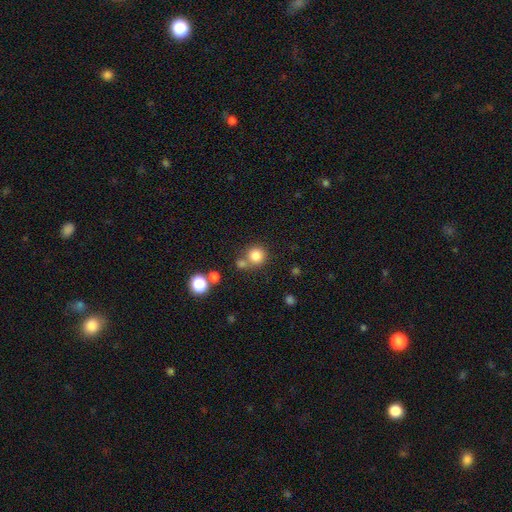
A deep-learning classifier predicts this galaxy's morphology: smooth 82%, star or artifact 12%, featured or disk 6%. Down the decision tree: how rounded — round (92%); merging — none (65%).